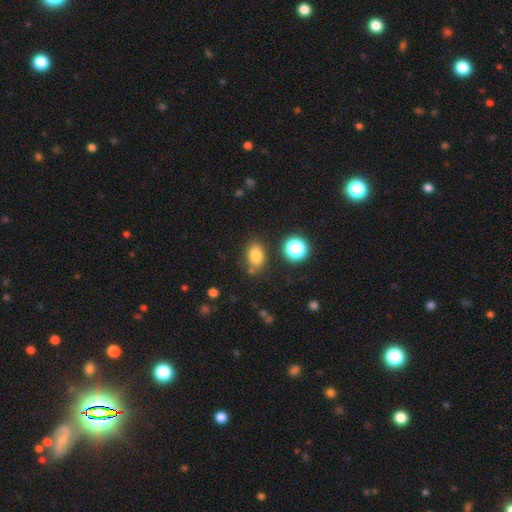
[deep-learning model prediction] A smooth galaxy with no disk features (80%) that is in between round and cigar-shaped (74%). Merging: none (77%).